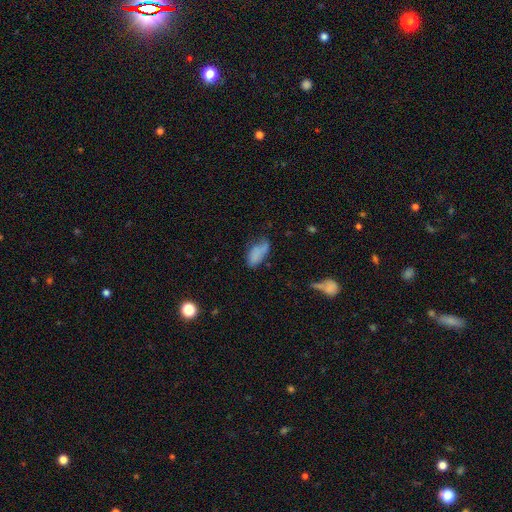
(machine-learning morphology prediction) Smooth or featured? smooth (73%)
How rounded? in between (88%)
Merging? none (39%)